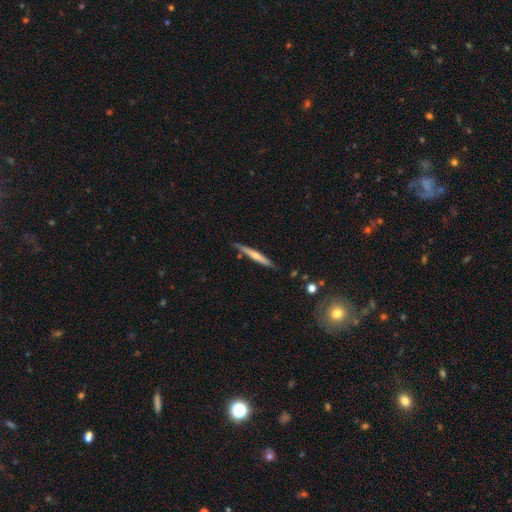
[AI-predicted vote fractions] Smooth or featured?
  - smooth: 48% *
  - featured or disk: 46%
  - star or artifact: 6%
Merging?
  - none: 83% *
  - minor disturbance: 13%
  - merger: 2%
  - major disturbance: 2%